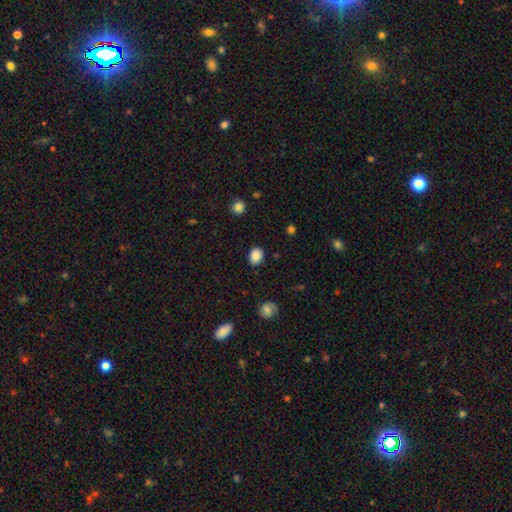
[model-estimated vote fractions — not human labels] Smooth or featured?
  - smooth: 86% *
  - star or artifact: 9%
  - featured or disk: 4%
How rounded?
  - in between: 53% *
  - round: 46%
  - cigar-shaped: 1%
Merging?
  - none: 86% *
  - minor disturbance: 10%
  - major disturbance: 3%
  - merger: 1%